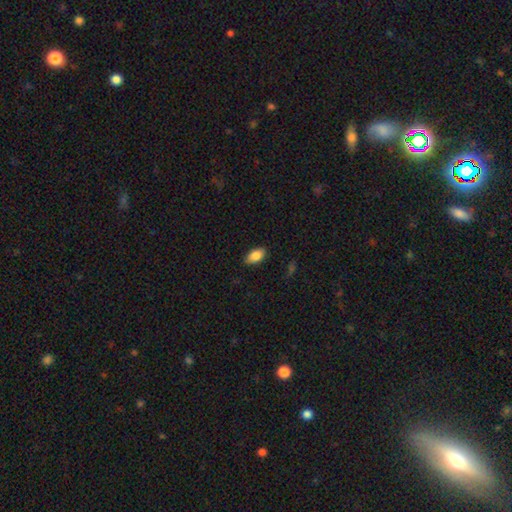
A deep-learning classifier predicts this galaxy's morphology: This appears to be a smooth galaxy with no disk features (86%) that is in between round and cigar-shaped (93%). Merging: none (88%).